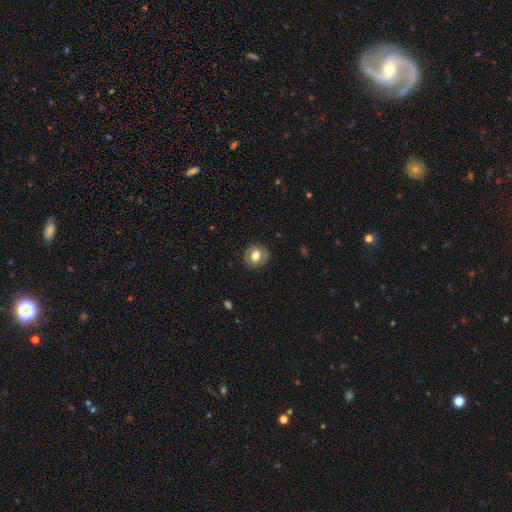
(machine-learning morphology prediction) A smooth galaxy with no disk features (60%) that is round (64%).

Vote fractions:
- Smooth or featured? smooth: 60% / featured or disk: 33% / star or artifact: 7%
- How rounded? round: 64% / in between: 35% / cigar-shaped: 1%
- Merging? none: 84% / minor disturbance: 11% / major disturbance: 4% / merger: 1%